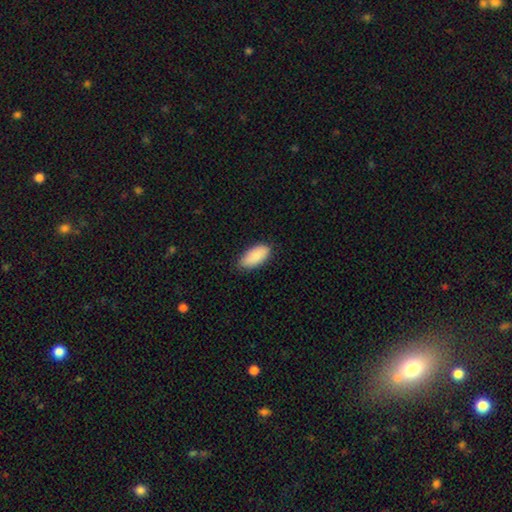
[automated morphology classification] The model was most divided on "merging": none: 81%, minor disturbance: 16%, major disturbance: 2%, merger: 1%. More confident: how rounded — in between (92%); smooth or featured — smooth (87%).